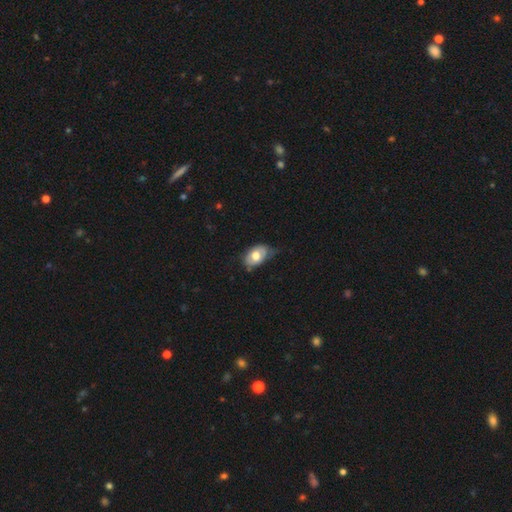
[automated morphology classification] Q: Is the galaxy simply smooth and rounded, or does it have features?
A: smooth — 62%.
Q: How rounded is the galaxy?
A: in between — 88%.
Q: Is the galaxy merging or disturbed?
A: none — 49%.